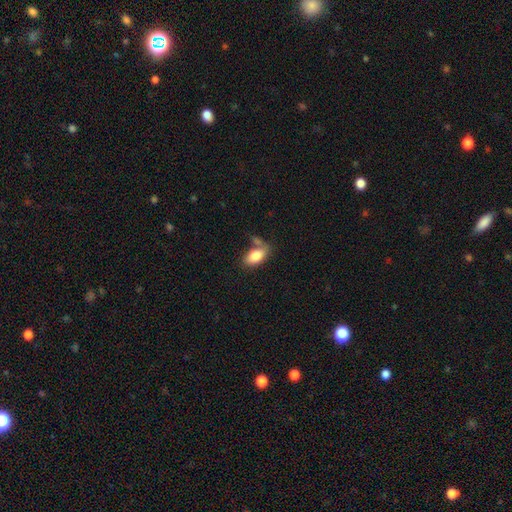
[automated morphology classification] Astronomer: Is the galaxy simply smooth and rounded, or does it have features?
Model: smooth — 81%.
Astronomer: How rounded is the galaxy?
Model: in between — 92%.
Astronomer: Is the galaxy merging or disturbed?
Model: none — 46% (runner-up: merger, 24%).